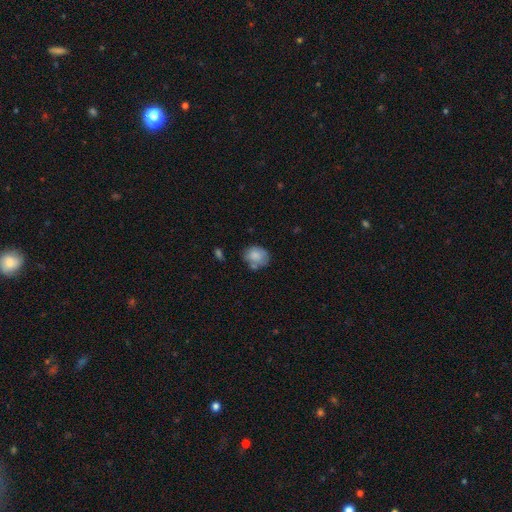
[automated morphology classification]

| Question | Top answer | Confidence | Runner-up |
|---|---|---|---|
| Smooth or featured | smooth | 78% | featured or disk (15%) |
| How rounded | round | 56% | in between (43%) |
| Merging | none | 57% | minor disturbance (25%) |